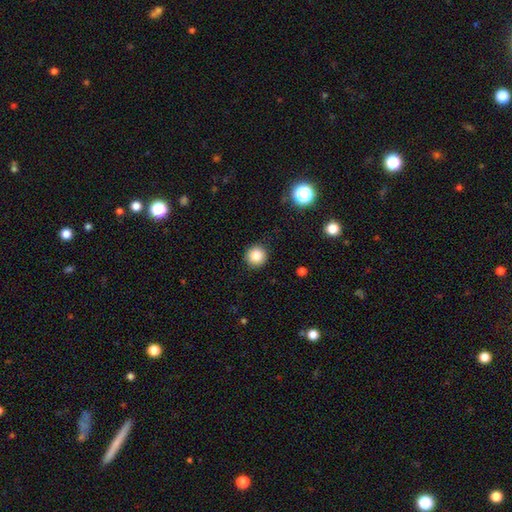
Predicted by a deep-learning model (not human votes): The model was most divided on "smooth or featured": smooth: 84%, star or artifact: 11%, featured or disk: 5%. More confident: how rounded — round (94%); merging — none (91%).